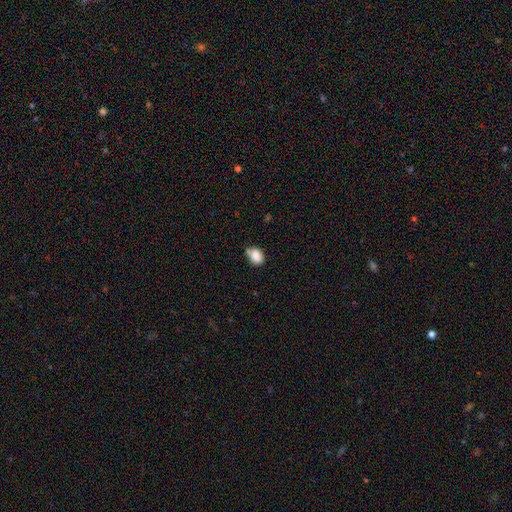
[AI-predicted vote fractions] This is clearly a smooth galaxy (85%). How rounded: likely in between (67%). Merging: possibly none (54%).